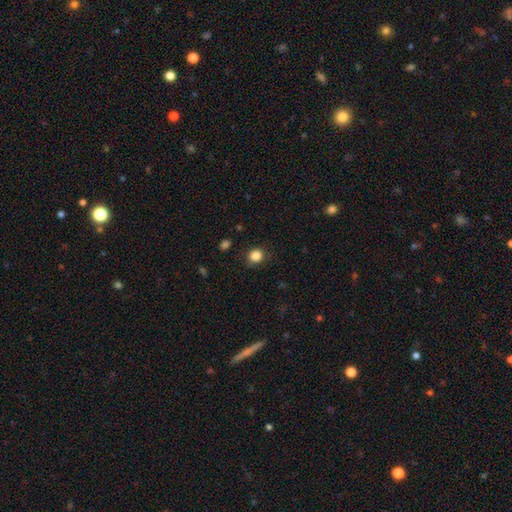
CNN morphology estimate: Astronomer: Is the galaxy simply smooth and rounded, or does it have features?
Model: smooth — 85%.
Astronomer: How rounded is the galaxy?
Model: round — 83%.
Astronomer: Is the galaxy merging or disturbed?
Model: none — 86%.